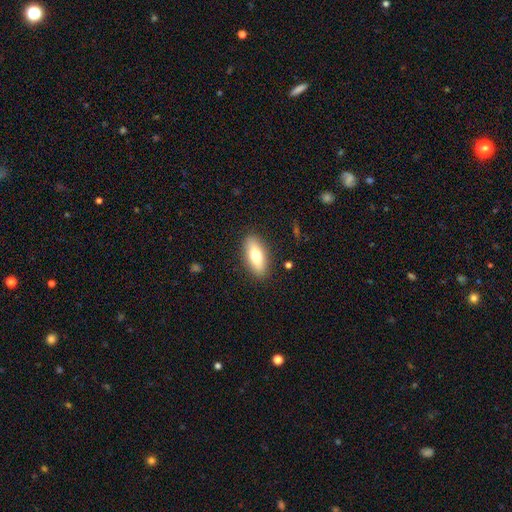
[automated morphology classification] smooth_or_featured: smooth (p=0.71) [alt: featured or disk p=0.22]
how_rounded: in between (p=0.75) [alt: cigar-shaped p=0.22]
merging: none (p=0.88) [alt: minor disturbance p=0.09]